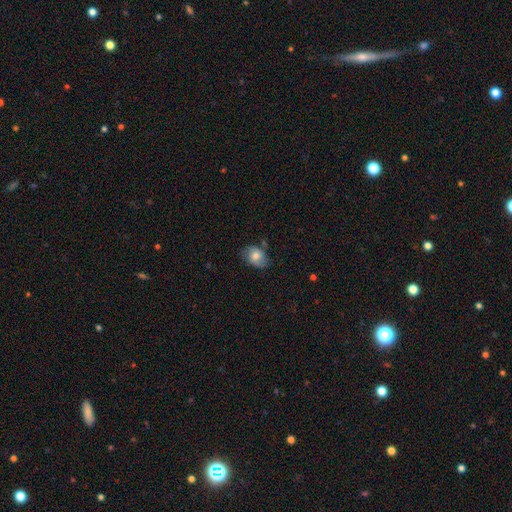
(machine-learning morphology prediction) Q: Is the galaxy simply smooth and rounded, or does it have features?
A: smooth — 59%.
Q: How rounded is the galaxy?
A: in between — 68%.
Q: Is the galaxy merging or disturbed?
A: none — 65%.